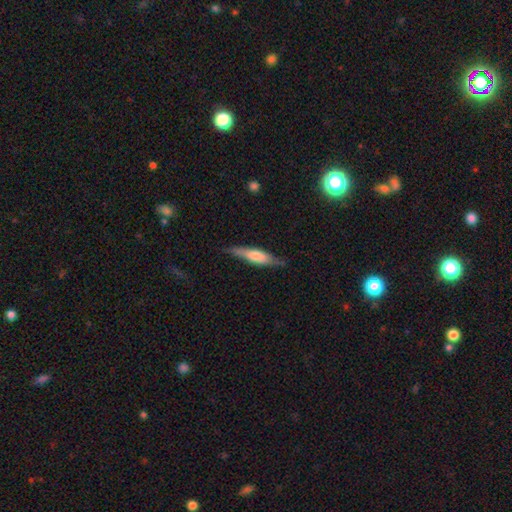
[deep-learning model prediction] A smooth galaxy with no disk features (49%).

Vote fractions:
- Smooth or featured? smooth: 49% / featured or disk: 45% / star or artifact: 6%
- Merging? none: 79% / minor disturbance: 16% / major disturbance: 4% / merger: 1%